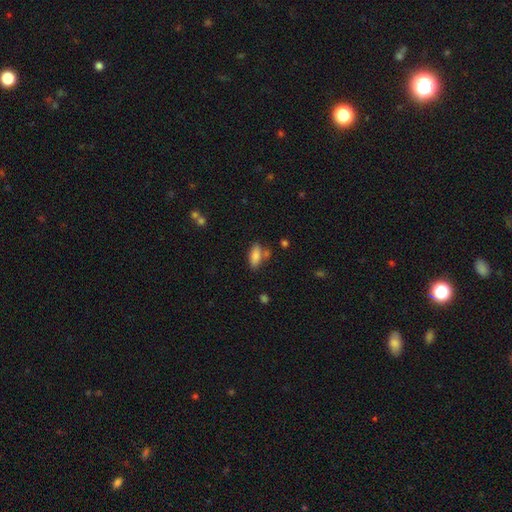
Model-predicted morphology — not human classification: A smooth galaxy with no disk features (83%) that is in between round and cigar-shaped (79%). Merging: none (67%).